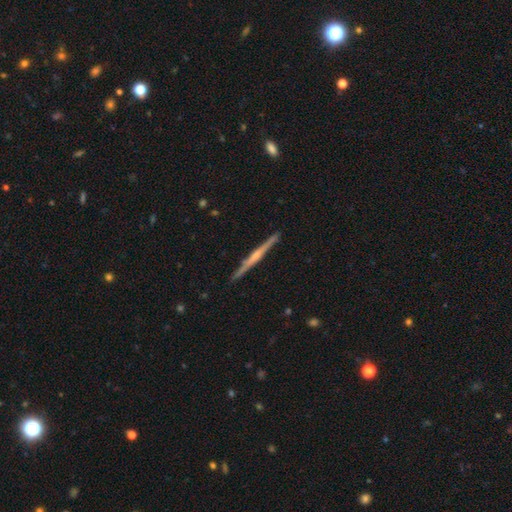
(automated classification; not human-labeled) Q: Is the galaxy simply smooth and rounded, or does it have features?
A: featured or disk — 72%.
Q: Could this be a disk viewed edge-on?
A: yes — 98%.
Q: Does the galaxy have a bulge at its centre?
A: rounded — 52%.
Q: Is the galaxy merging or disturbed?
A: none — 91%.